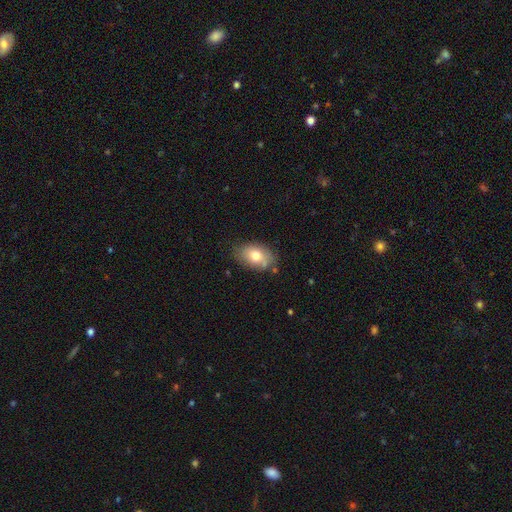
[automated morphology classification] smooth 74%, featured or disk 17%, star or artifact 8%. Down the decision tree: how rounded — in between (86%); merging — none (74%).